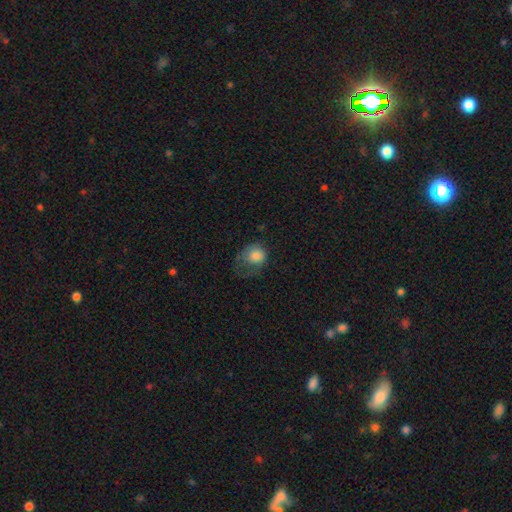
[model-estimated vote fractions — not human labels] Smooth or featured?
  - smooth: 77% *
  - featured or disk: 15%
  - star or artifact: 8%
How rounded?
  - round: 59% *
  - in between: 40%
  - cigar-shaped: 1%
Merging?
  - major disturbance: 42% *
  - minor disturbance: 28%
  - none: 28%
  - merger: 2%